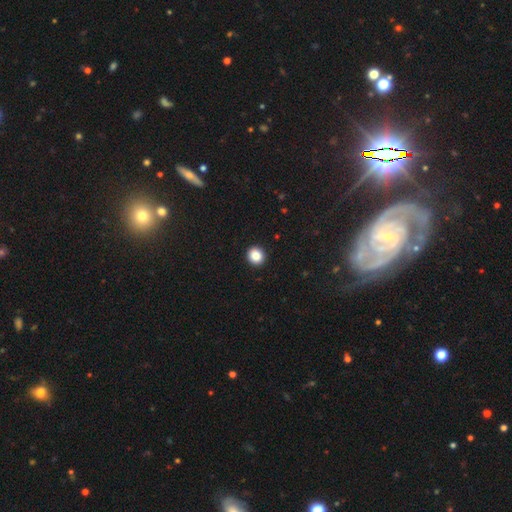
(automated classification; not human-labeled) Overall: smooth (87%). How rounded: round (89%). Merging: none (93%).